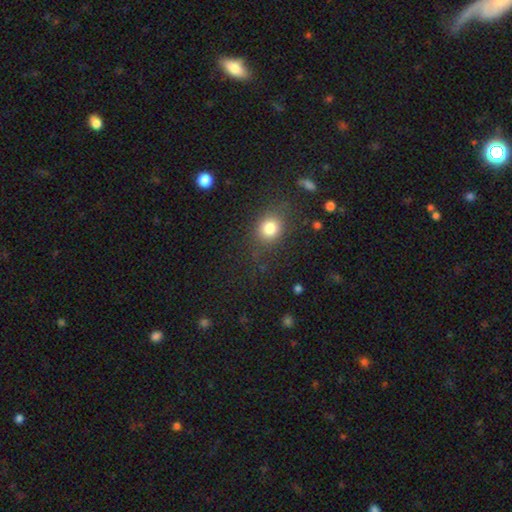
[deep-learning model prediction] smooth_or_featured: smooth (p=0.66) [alt: star or artifact p=0.26]
how_rounded: round (p=0.67) [alt: in between p=0.31]
merging: none (p=0.81) [alt: minor disturbance p=0.12]